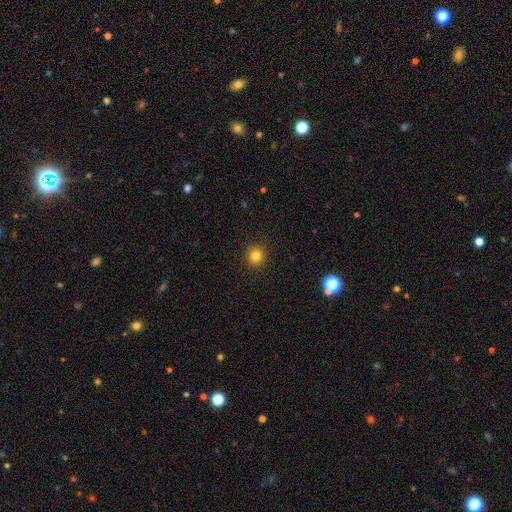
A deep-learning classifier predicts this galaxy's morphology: smooth 81%, star or artifact 13%, featured or disk 5%. Down the decision tree: how rounded — round (93%); merging — none (92%).